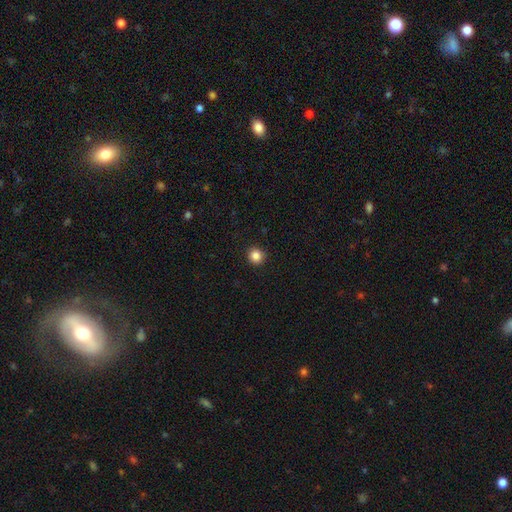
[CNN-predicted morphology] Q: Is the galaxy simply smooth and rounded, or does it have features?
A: smooth — 85%.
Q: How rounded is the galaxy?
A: round — 92%.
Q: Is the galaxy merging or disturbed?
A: none — 92%.